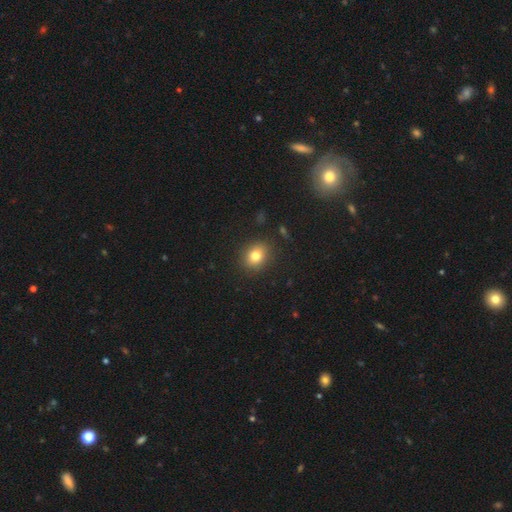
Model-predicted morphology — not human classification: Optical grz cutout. It shows a smooth galaxy with no disk features (80%) that is round (58%). Merging: none (87%).